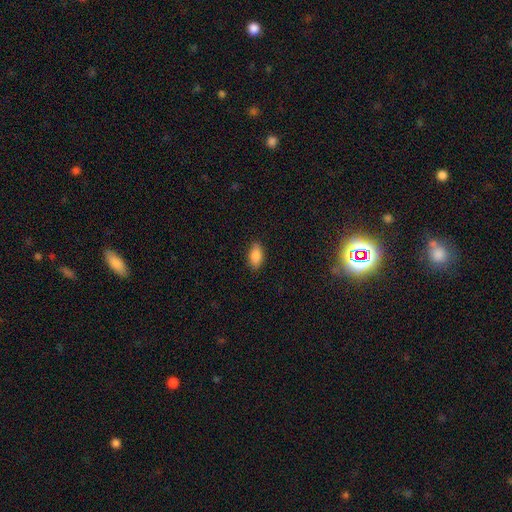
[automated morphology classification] smooth_or_featured: smooth (p=0.87) [alt: star or artifact p=0.07]
how_rounded: in between (p=0.91) [alt: cigar-shaped p=0.05]
merging: none (p=0.86) [alt: minor disturbance p=0.11]